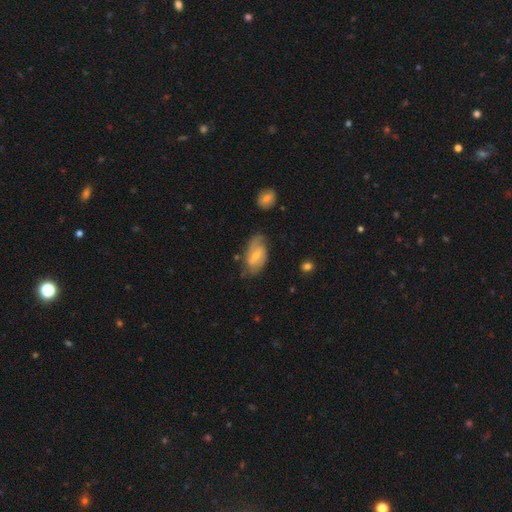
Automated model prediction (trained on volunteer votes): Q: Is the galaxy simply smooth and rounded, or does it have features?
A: featured or disk — 60%.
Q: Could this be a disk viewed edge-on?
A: no — 94%.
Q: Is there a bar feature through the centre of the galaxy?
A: weak — 48%.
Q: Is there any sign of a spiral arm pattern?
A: yes — 77%.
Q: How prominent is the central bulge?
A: moderate — 48%.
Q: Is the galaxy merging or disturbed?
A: none — 58%.